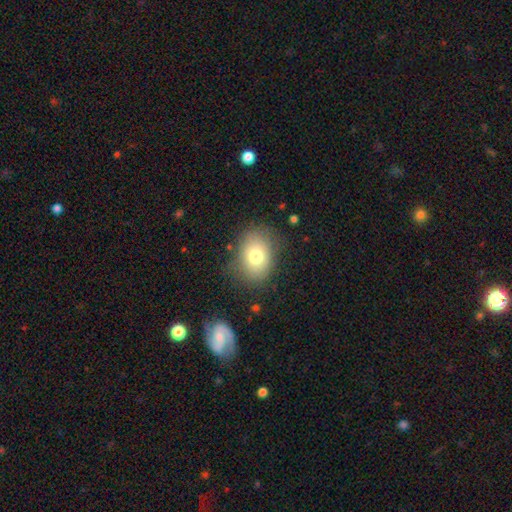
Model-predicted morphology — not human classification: Overall: smooth (75%). How rounded: in between (66%; round 33%). Merging: none (77%).